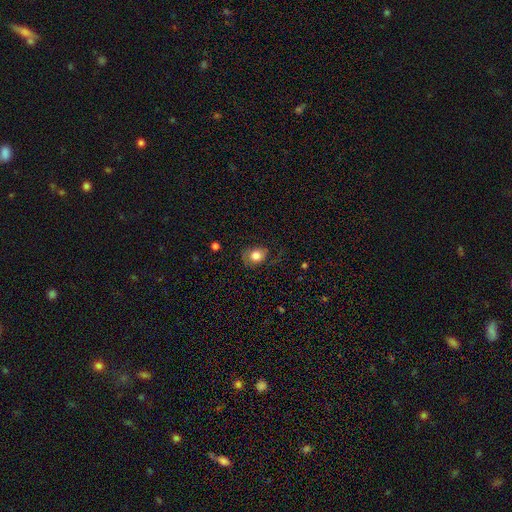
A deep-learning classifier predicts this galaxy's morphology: smooth 74%, featured or disk 17%, star or artifact 9%. Down the decision tree: how rounded — round (52%); merging — none (57%).